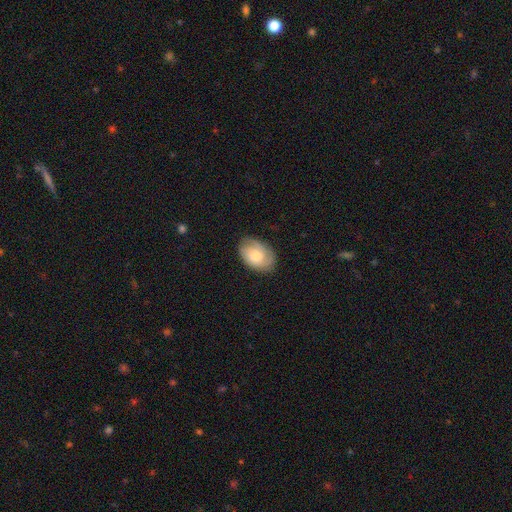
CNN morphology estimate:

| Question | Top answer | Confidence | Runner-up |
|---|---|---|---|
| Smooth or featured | smooth | 50% | featured or disk (43%) |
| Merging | none | 75% | minor disturbance (19%) |